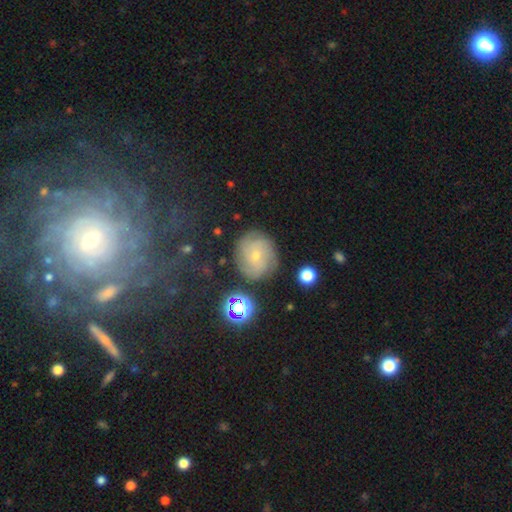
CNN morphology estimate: Smooth or featured?
  - featured or disk: 56% *
  - smooth: 30%
  - star or artifact: 13%
Edge-on disk?
  - no: 97% *
  - yes: 3%
Bar?
  - no: 75% *
  - weak: 21%
  - strong: 4%
Spiral arms?
  - yes: 84% *
  - no: 16%
Bulge size?
  - small: 69% *
  - moderate: 27%
  - none: 1%
  - large: 1%
  - dominant: 1%
Merging?
  - none: 76% *
  - minor disturbance: 15%
  - major disturbance: 6%
  - merger: 3%